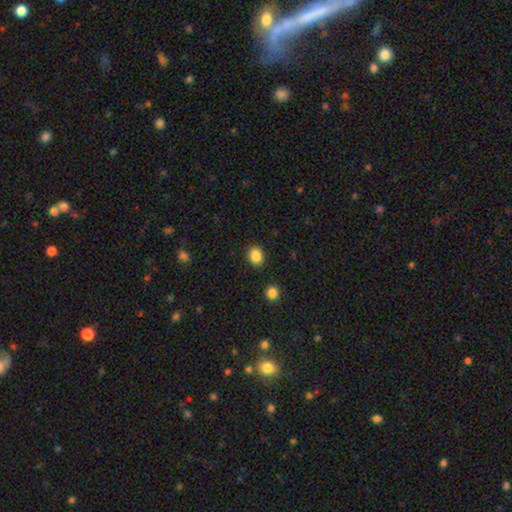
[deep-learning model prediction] smooth_or_featured: smooth (p=0.87) [alt: star or artifact p=0.10]
how_rounded: round (p=0.57) [alt: in between p=0.42]
merging: none (p=0.88) [alt: minor disturbance p=0.07]